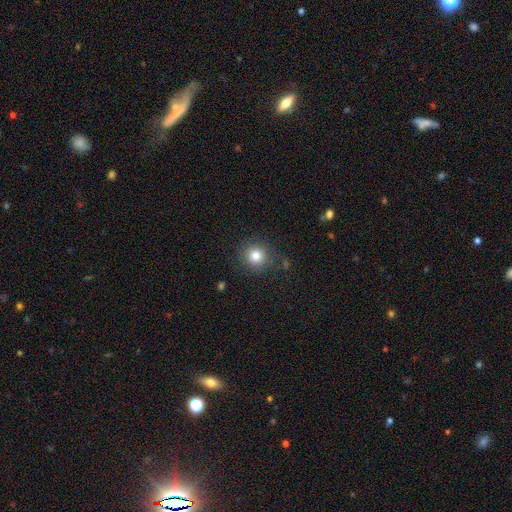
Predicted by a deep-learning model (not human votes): This appears to be a smooth galaxy with no disk features (81%) that is round (92%). Merging: none (84%).